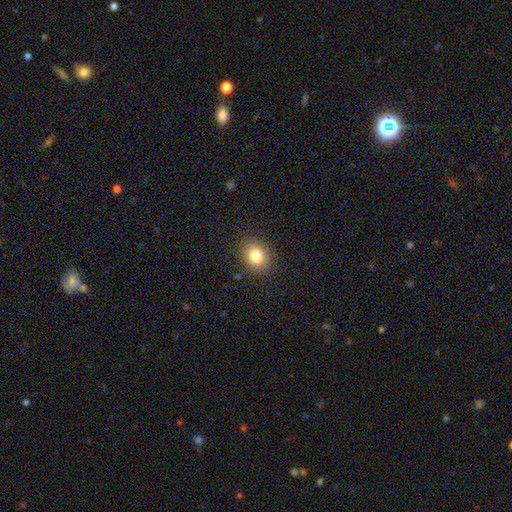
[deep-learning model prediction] Q: Smooth or featured?
A: smooth (82%); runner-up: star or artifact (11%)
Q: How rounded?
A: round (65%); runner-up: in between (34%)
Q: Merging?
A: none (88%); runner-up: minor disturbance (9%)